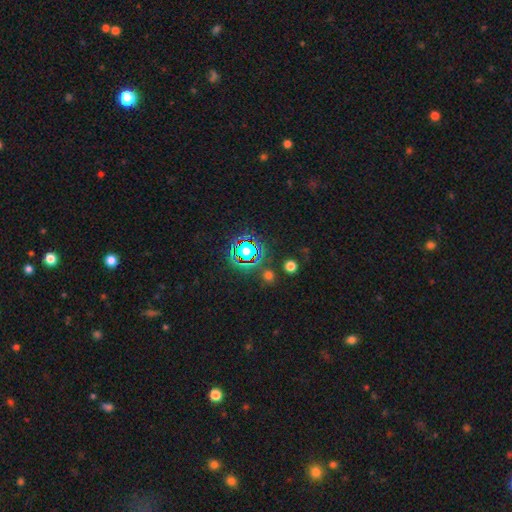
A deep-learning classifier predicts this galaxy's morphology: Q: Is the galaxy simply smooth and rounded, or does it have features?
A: star or artifact — 78%.